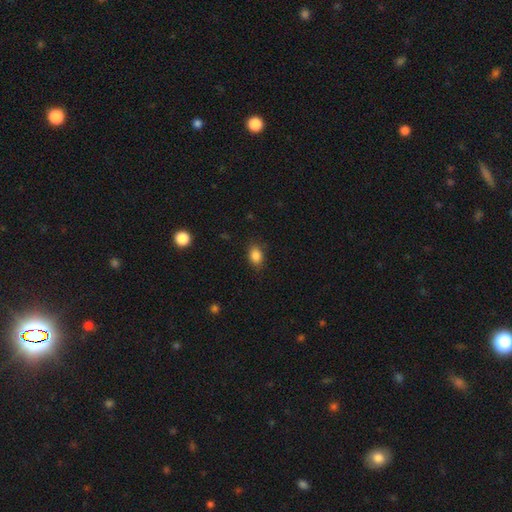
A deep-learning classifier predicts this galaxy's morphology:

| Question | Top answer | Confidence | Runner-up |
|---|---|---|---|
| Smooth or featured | smooth | 85% | star or artifact (10%) |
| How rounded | in between | 74% | round (24%) |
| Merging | none | 84% | minor disturbance (12%) |